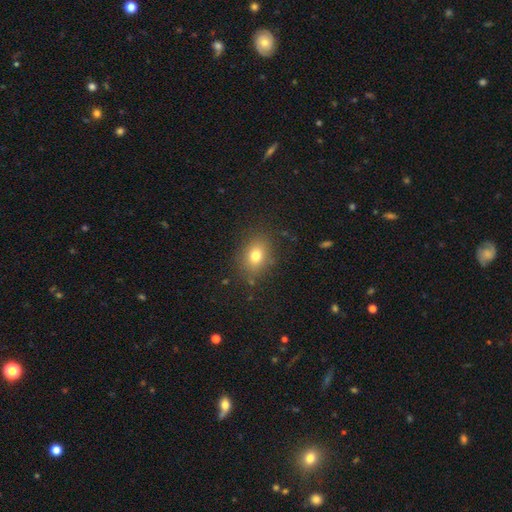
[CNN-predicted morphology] smooth_or_featured: smooth (p=0.76) [alt: star or artifact p=0.12]
how_rounded: in between (p=0.65) [alt: round p=0.34]
merging: none (p=0.83) [alt: minor disturbance p=0.12]